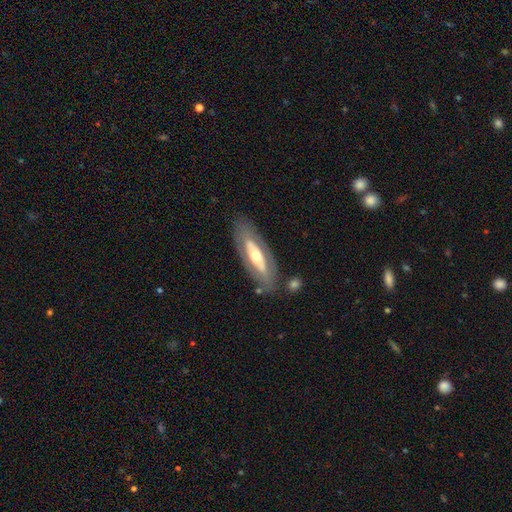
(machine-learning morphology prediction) smooth_or_featured: featured or disk (p=0.62) [alt: smooth p=0.33]
disk_edge_on: no (p=0.72) [alt: yes p=0.28]
merging: none (p=0.80) [alt: minor disturbance p=0.12]